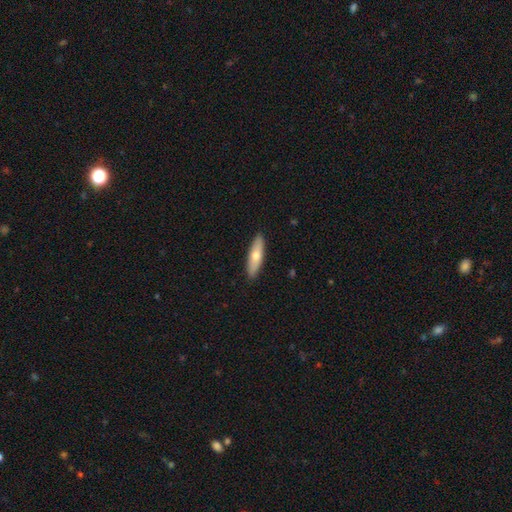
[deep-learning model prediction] Smooth or featured?
  - smooth: 61% *
  - featured or disk: 33%
  - star or artifact: 6%
How rounded?
  - cigar-shaped: 69% *
  - in between: 29%
  - round: 2%
Merging?
  - none: 91% *
  - minor disturbance: 6%
  - major disturbance: 1%
  - merger: 1%